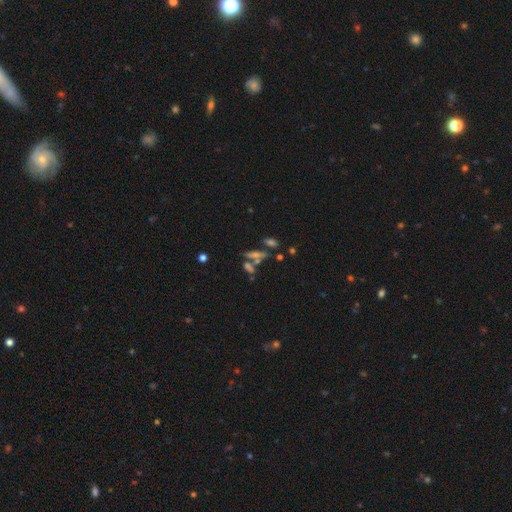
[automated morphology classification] smooth_or_featured: featured or disk (p=0.37) [tied with: smooth p=0.37]
merging: none (p=0.44) [alt: merger p=0.36]